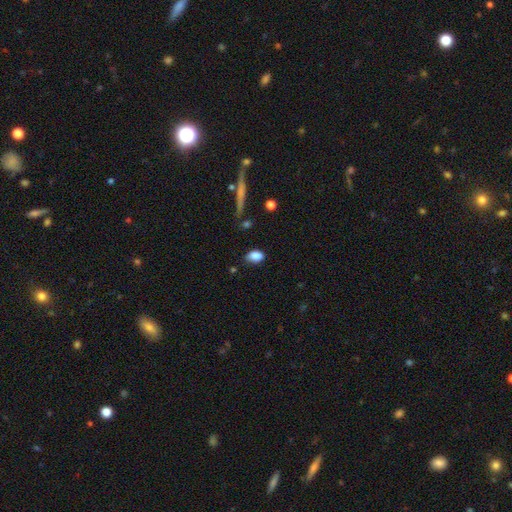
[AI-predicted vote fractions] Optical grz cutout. It shows a smooth galaxy with no disk features (86%) that is in between round and cigar-shaped (87%). Merging: none (75%).